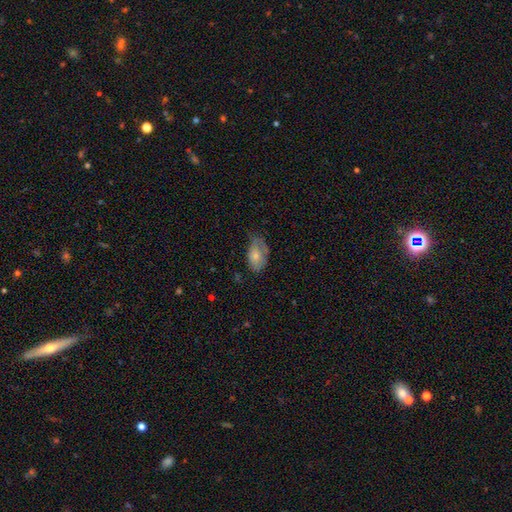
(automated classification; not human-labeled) This appears to be a smooth galaxy with no disk features (74%) that is in between round and cigar-shaped (91%). Merging: none (44%).